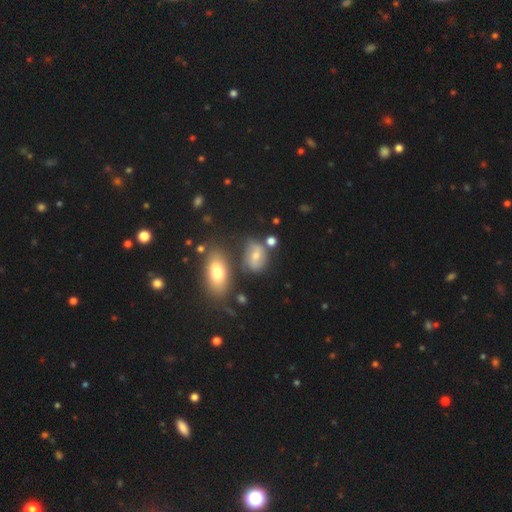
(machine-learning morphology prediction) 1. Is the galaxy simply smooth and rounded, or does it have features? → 52% smooth, 37% featured or disk, 12% star or artifact.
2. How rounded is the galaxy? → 64% in between, 34% round, 2% cigar-shaped.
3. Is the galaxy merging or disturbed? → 58% none, 22% minor disturbance, 11% merger, 9% major disturbance.